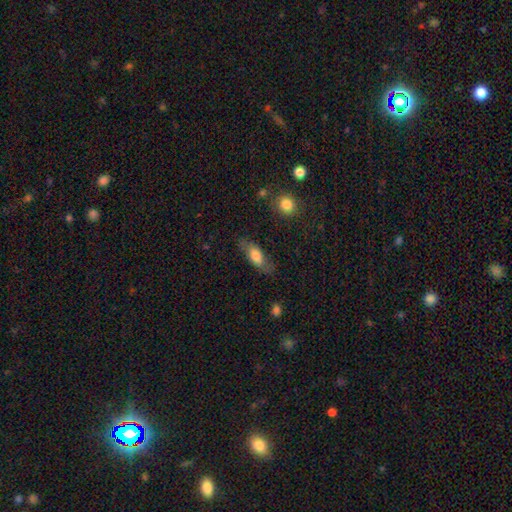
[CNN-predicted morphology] This appears to be a smooth galaxy with no disk features (67%) that is in between round and cigar-shaped (75%). Merging: none (73%).